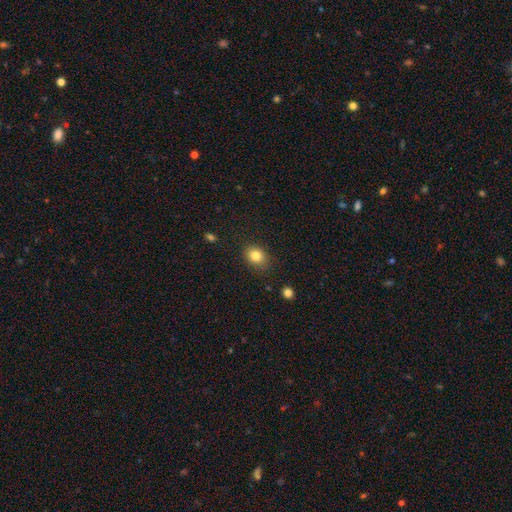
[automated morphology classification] The model was most divided on "how rounded": in between: 50%, round: 49%, cigar-shaped: 1%. More confident: smooth or featured — smooth (83%); merging — none (82%).